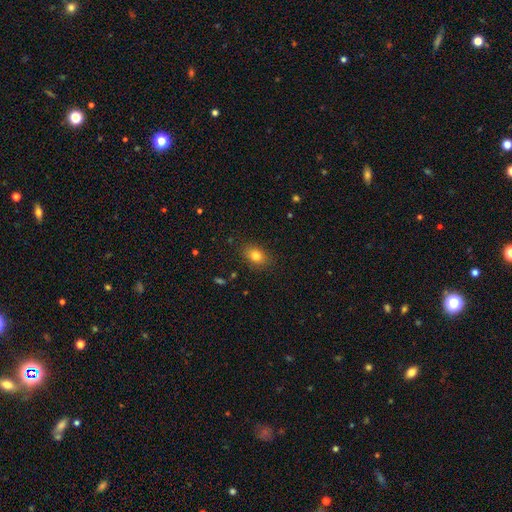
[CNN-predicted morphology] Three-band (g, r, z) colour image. It shows a smooth galaxy with no disk features (81%) that is in between round and cigar-shaped (75%). Merging: none (85%).